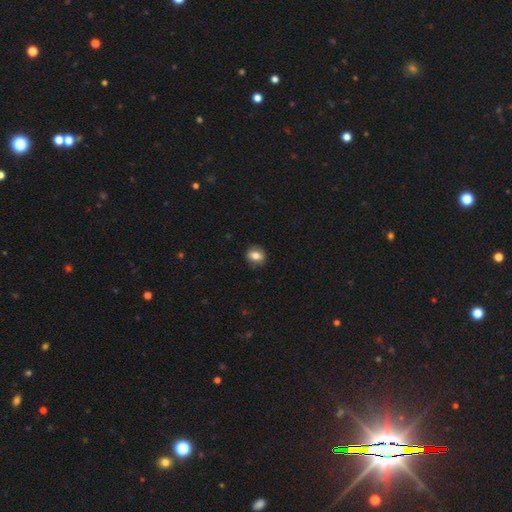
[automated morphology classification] smooth-or-featured: smooth: 76% | featured or disk: 15% | star or artifact: 9%
  how-rounded: round: 49% (tied) | in between: 49% (tied) | cigar-shaped: 2%
  merging: none: 85% | minor disturbance: 11% | major disturbance: 3% | merger: 1%